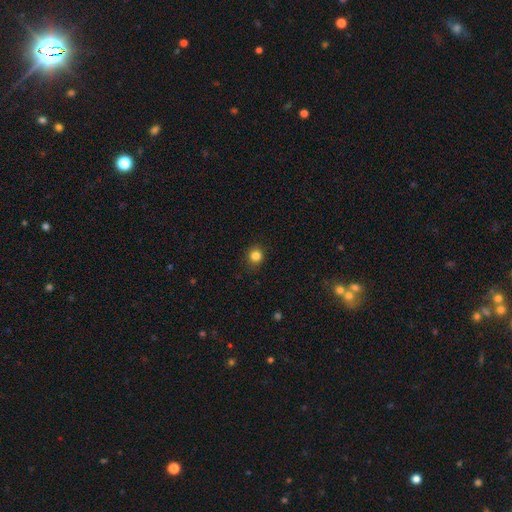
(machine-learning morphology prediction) type=smooth (83%); roundness=round (89%); merging=none (90%).